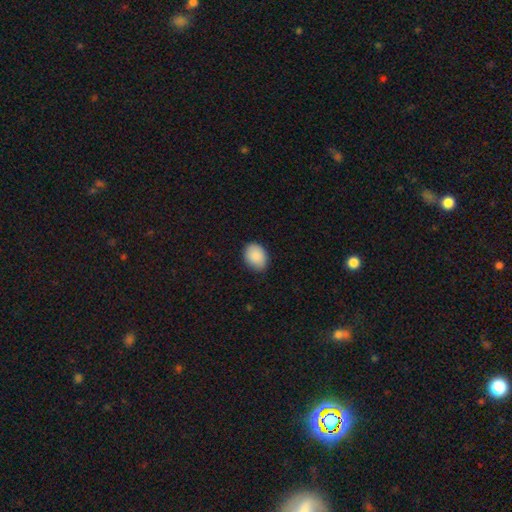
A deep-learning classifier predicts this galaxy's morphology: This appears to be a smooth galaxy with no disk features (88%) that is in between round and cigar-shaped (67%). Merging: none (79%).